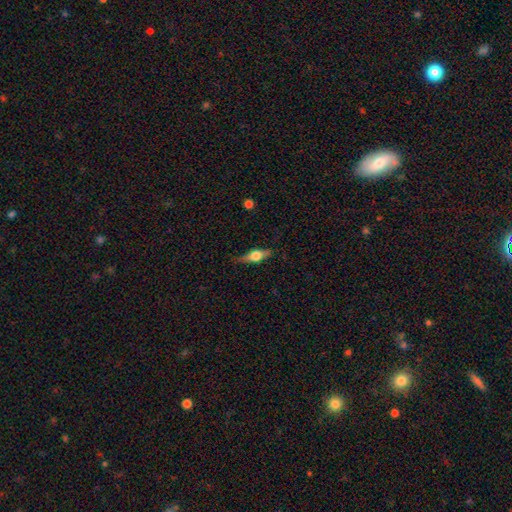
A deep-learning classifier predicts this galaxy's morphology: Overall: featured or disk (55%; smooth 38%). Edge-on disk: yes (93%). Edge-on bulge: rounded (93%). Merging: none (79%).